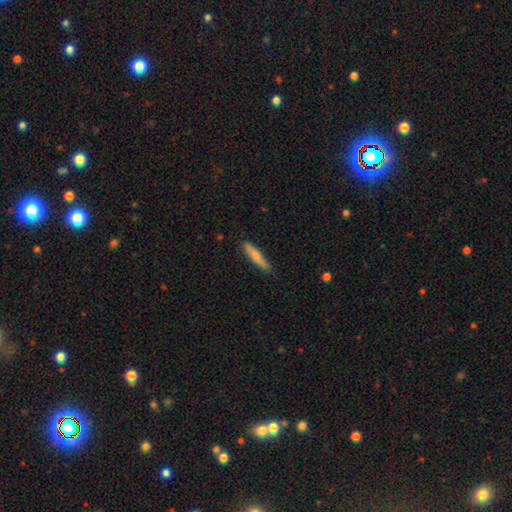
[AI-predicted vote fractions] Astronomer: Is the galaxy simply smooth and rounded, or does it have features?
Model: smooth — 67%.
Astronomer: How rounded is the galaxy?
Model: cigar-shaped — 87%.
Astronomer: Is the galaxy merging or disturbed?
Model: none — 86%.